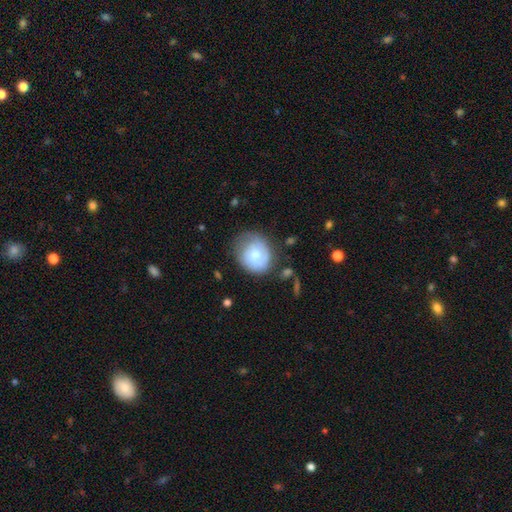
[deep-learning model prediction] Overall: featured or disk (48%; smooth 46%). Merging: none (61%; minor disturbance 26%).